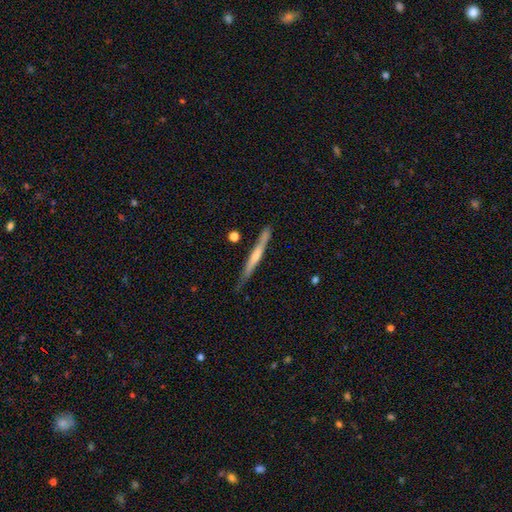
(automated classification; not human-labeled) Q: Smooth or featured?
A: featured or disk (55%); runner-up: smooth (40%)
Q: Edge-on disk?
A: yes (95%); runner-up: no (5%)
Q: Edge-on bulge?
A: none (51%); runner-up: rounded (36%)
Q: Merging?
A: none (80%); runner-up: minor disturbance (15%)